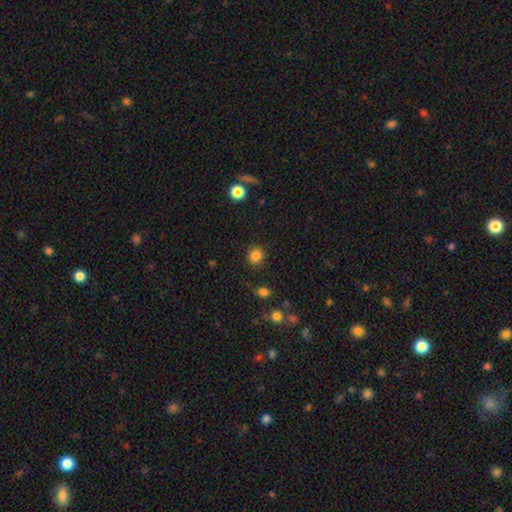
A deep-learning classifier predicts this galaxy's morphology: smooth 84%, star or artifact 12%, featured or disk 4%. Down the decision tree: how rounded — round (80%); merging — none (86%).